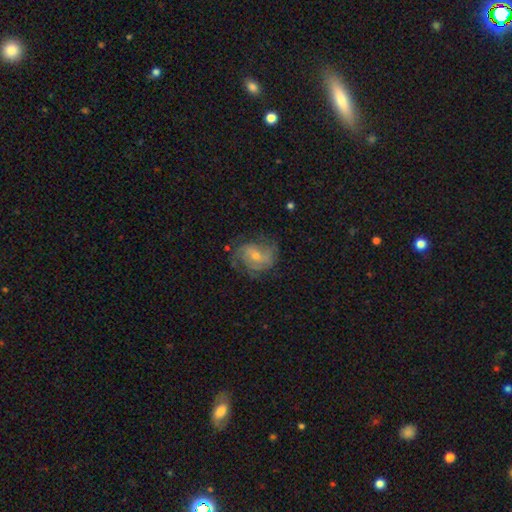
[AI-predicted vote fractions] Smooth or featured? Predicted: featured or disk (p=0.74). Edge-on disk? Predicted: no (p=0.97). Bar? Predicted: no (p=0.57). Spiral arms? Predicted: yes (p=0.90). Spiral winding? Predicted: medium (p=0.44). Spiral arm count? Predicted: 2 (p=0.33). Bulge size? Predicted: small (p=0.55). Merging? Predicted: none (p=0.66).